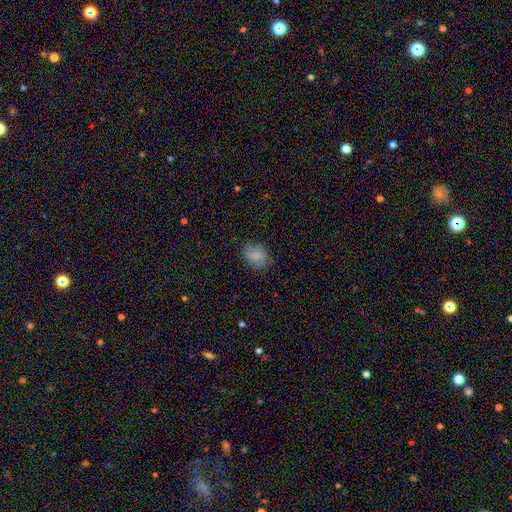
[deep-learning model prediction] Overall: smooth (77%). How rounded: in between (57%; round 42%). Merging: none (76%).